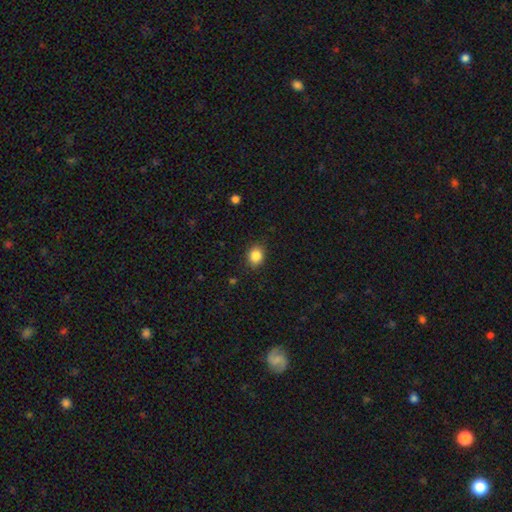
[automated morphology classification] Smooth or featured? Predicted: smooth (p=0.86). How rounded? Predicted: round (p=0.56). Merging? Predicted: none (p=0.86).